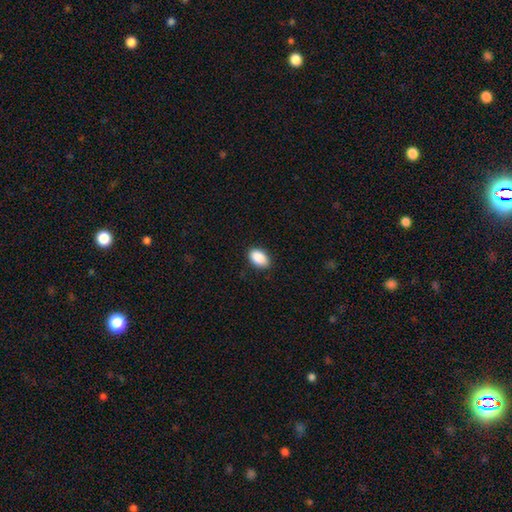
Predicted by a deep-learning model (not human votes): Q: Smooth or featured?
A: smooth (90%); runner-up: star or artifact (7%)
Q: How rounded?
A: in between (92%); runner-up: round (7%)
Q: Merging?
A: none (87%); runner-up: minor disturbance (10%)